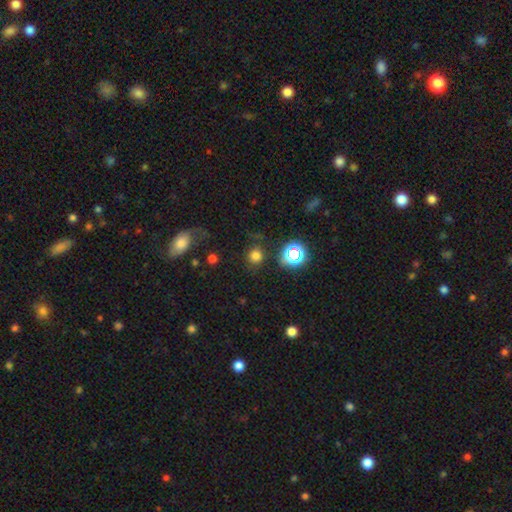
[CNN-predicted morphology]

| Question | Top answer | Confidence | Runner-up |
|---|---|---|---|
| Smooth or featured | smooth | 74% | star or artifact (20%) |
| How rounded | round | 91% | in between (8%) |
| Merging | none | 83% | minor disturbance (9%) |